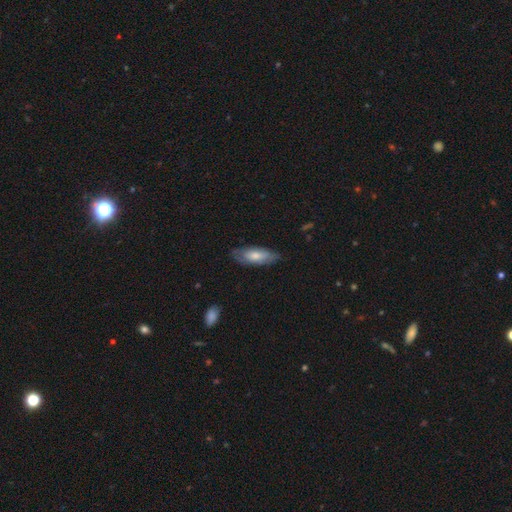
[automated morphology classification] type=smooth (62%); roundness=in between (73%); merging=none (70%).